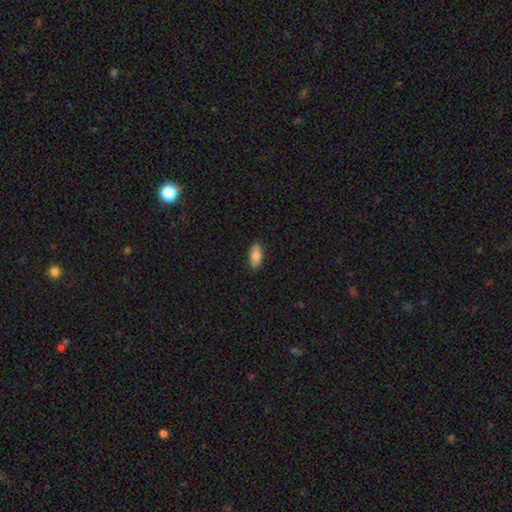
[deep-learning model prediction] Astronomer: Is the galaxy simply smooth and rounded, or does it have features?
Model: smooth — 82%.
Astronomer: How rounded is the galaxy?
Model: in between — 87%.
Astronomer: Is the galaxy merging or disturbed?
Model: none — 88%.